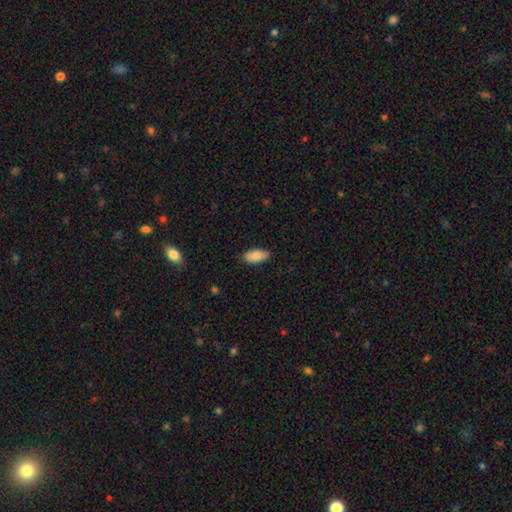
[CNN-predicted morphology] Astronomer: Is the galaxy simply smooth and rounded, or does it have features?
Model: smooth — 88%.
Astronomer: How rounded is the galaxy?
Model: in between — 92%.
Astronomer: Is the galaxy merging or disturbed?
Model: none — 84%.